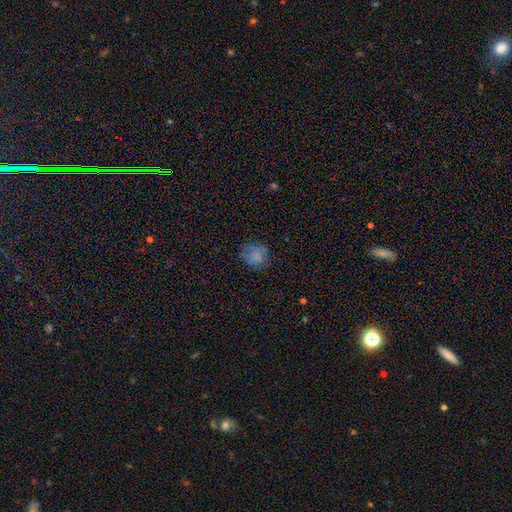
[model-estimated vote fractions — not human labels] This appears to be a smooth galaxy with no disk features (75%) that is round (74%). Merging: none (71%).